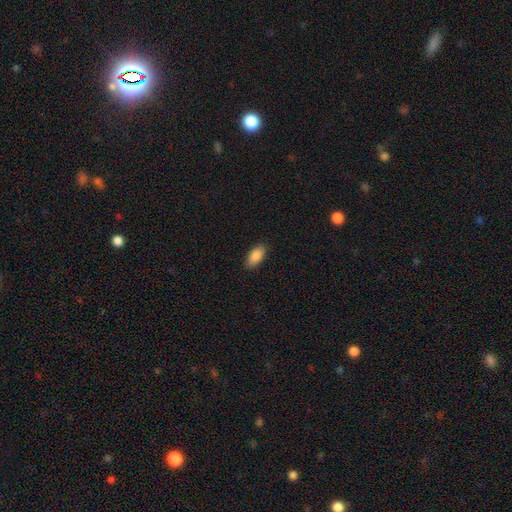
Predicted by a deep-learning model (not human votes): Smooth or featured?
  - smooth: 88% *
  - star or artifact: 7%
  - featured or disk: 6%
How rounded?
  - in between: 91% *
  - cigar-shaped: 6%
  - round: 2%
Merging?
  - none: 88% *
  - minor disturbance: 9%
  - major disturbance: 2%
  - merger: 1%